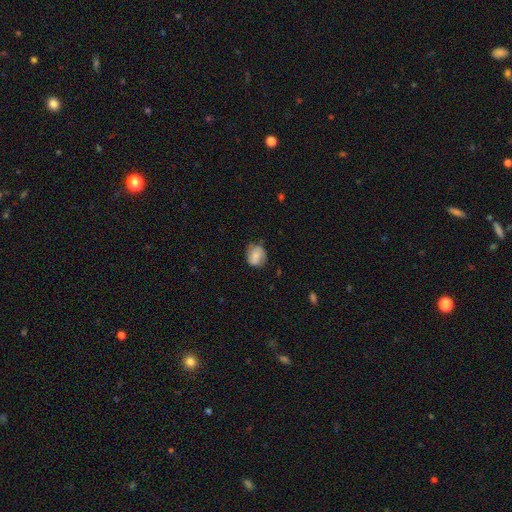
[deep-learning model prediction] A smooth galaxy with no disk features (72%) that is round (67%). Merging: none (70%).